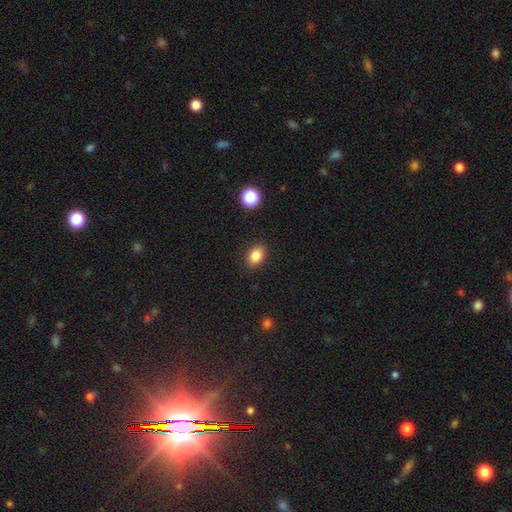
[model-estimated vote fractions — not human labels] The model was most divided on "how rounded": in between: 71%, round: 28%, cigar-shaped: 1%. More confident: merging — none (88%); smooth or featured — smooth (84%).